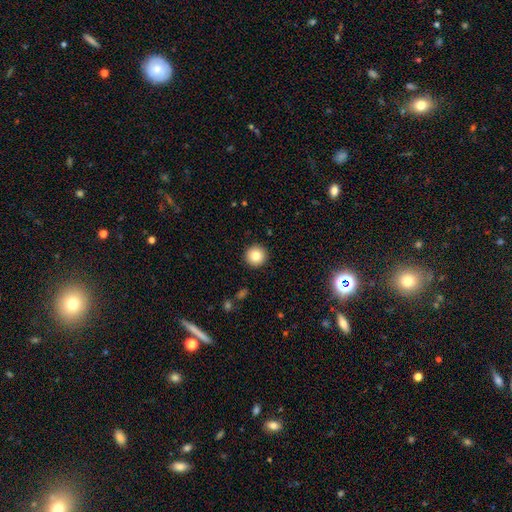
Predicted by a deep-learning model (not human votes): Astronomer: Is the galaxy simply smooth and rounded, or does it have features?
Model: smooth — 82%.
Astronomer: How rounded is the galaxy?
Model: round — 96%.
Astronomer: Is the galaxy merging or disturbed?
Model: none — 93%.